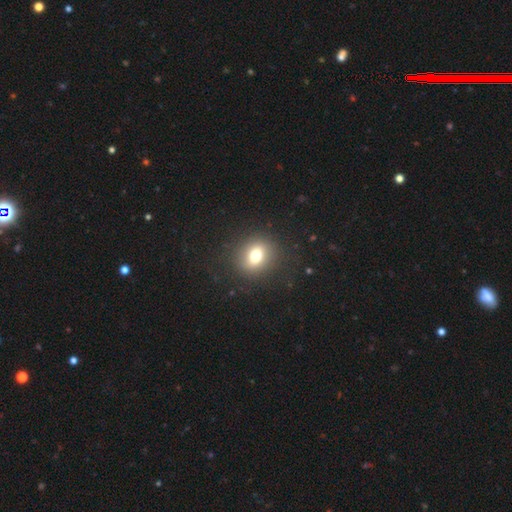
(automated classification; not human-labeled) Smooth or featured? Predicted: smooth (p=0.73). How rounded? Predicted: round (p=0.65). Merging? Predicted: none (p=0.87).